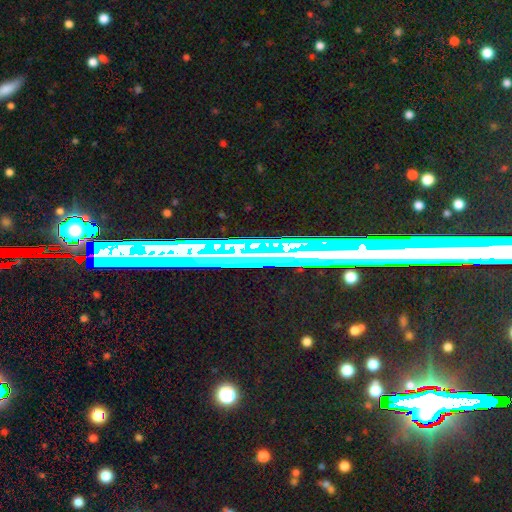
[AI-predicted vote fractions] The model was most divided on "smooth or featured": star or artifact: 65%, featured or disk: 22%, smooth: 13%.